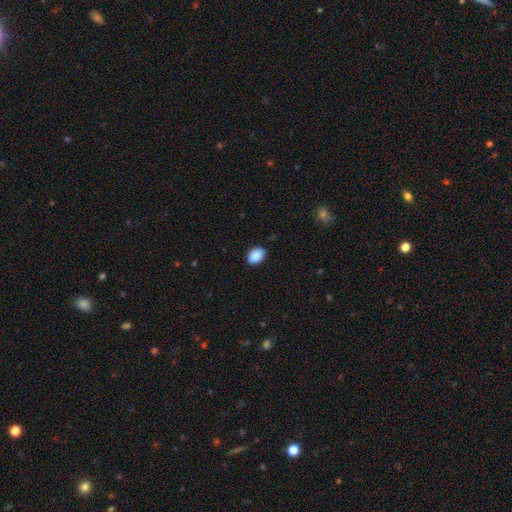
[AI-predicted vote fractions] Smooth or featured?
  - smooth: 90% *
  - star or artifact: 7%
  - featured or disk: 3%
How rounded?
  - in between: 81% *
  - round: 18%
  - cigar-shaped: 1%
Merging?
  - none: 87% *
  - minor disturbance: 10%
  - major disturbance: 2%
  - merger: 1%